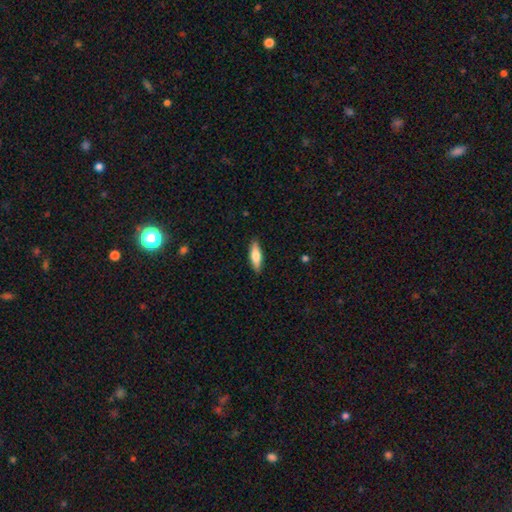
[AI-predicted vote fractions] Smooth or featured? smooth (67%)
How rounded? cigar-shaped (55%)
Merging? none (89%)